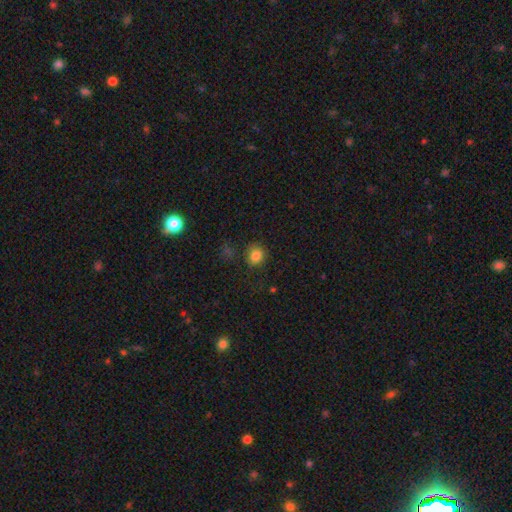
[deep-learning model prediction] smooth_or_featured: smooth (p=0.82) [alt: star or artifact p=0.12]
how_rounded: round (p=0.65) [alt: in between p=0.34]
merging: none (p=0.76) [alt: minor disturbance p=0.15]